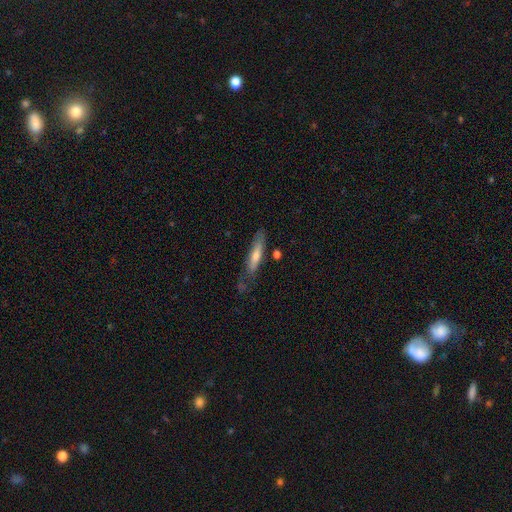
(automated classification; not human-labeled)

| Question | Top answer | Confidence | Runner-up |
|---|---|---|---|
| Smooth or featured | smooth | 56% | featured or disk (37%) |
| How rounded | cigar-shaped | 85% | in between (14%) |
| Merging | none | 70% | minor disturbance (20%) |